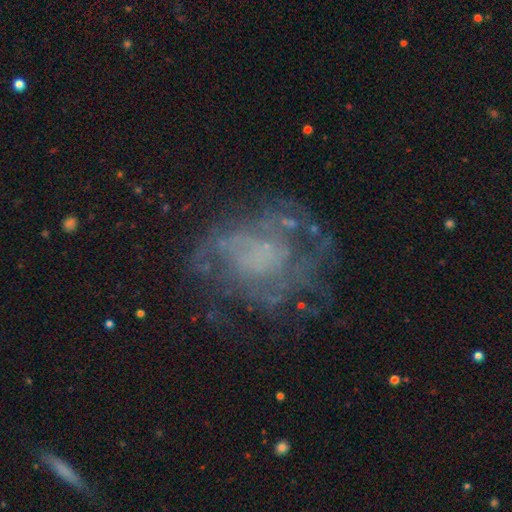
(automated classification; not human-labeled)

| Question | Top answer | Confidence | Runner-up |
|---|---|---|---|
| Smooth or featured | featured or disk | 72% | smooth (15%) |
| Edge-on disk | no | 98% | yes (2%) |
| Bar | no | 84% | weak (13%) |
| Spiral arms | yes | 58% | no (42%) |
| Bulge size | none | 61% | small (20%) |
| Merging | none | 54% | major disturbance (25%) |